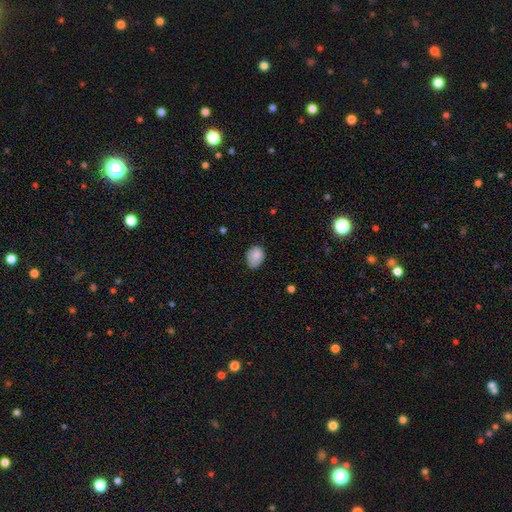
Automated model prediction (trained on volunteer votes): Morphology: type=smooth (82%); roundness=in between (67%); merging=none (61%).